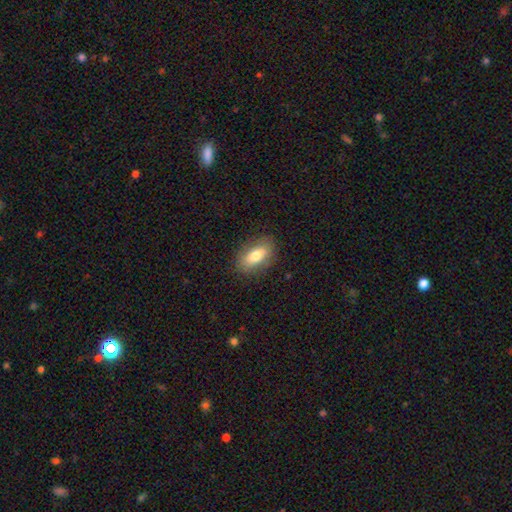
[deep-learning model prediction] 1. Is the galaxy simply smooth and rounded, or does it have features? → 74% smooth, 19% featured or disk, 7% star or artifact.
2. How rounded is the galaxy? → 86% in between, 9% cigar-shaped, 6% round.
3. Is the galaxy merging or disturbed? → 85% none, 11% minor disturbance, 3% major disturbance, 1% merger.